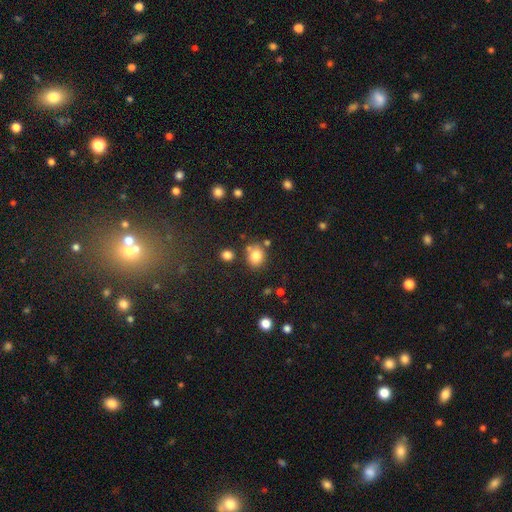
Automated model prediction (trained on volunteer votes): This is clearly a smooth galaxy (81%). How rounded: likely round (67%). Merging: likely none (70%).